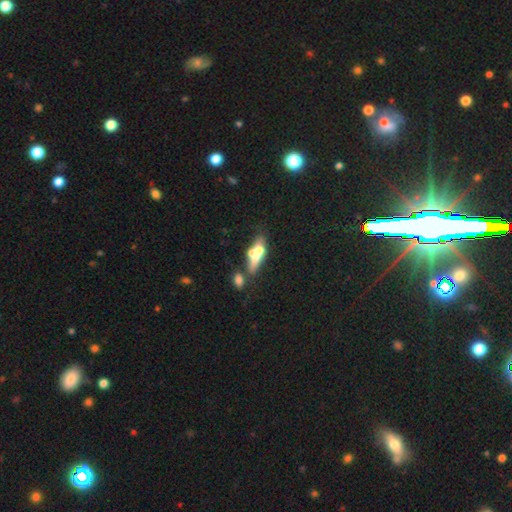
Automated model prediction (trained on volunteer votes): This appears to be a smooth galaxy with no disk features (46%). Merging: merger (44%).